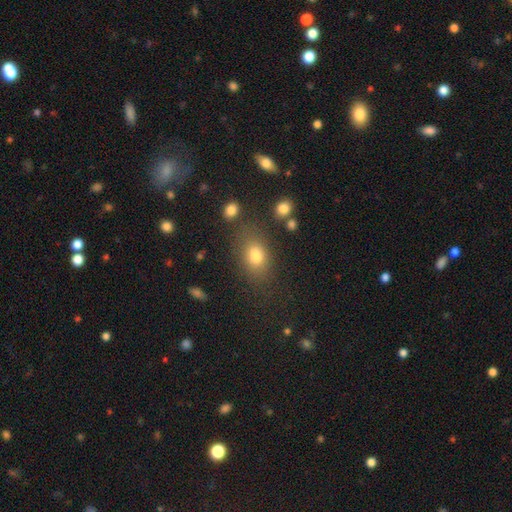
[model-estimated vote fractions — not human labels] Overall: smooth (76%). How rounded: in between (73%). Merging: none (77%).